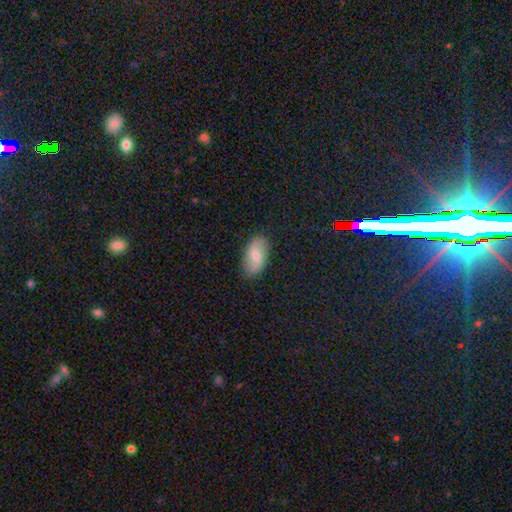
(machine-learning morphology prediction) Overall: smooth (66%; featured or disk 28%). How rounded: in between (93%). Merging: none (85%).